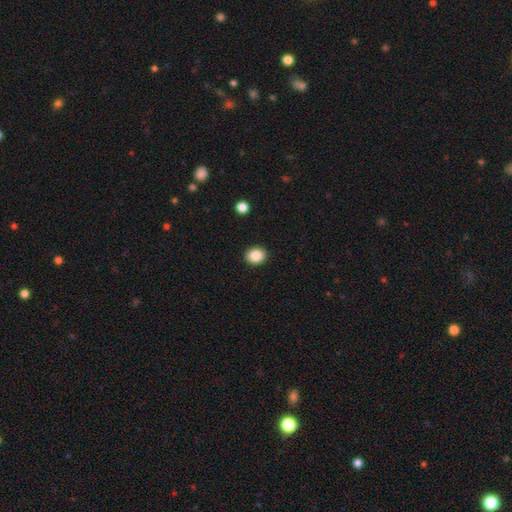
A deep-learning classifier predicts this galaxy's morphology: The model was most divided on "how rounded": round: 61%, in between: 38%, cigar-shaped: 1%. More confident: merging — none (92%); smooth or featured — smooth (86%).